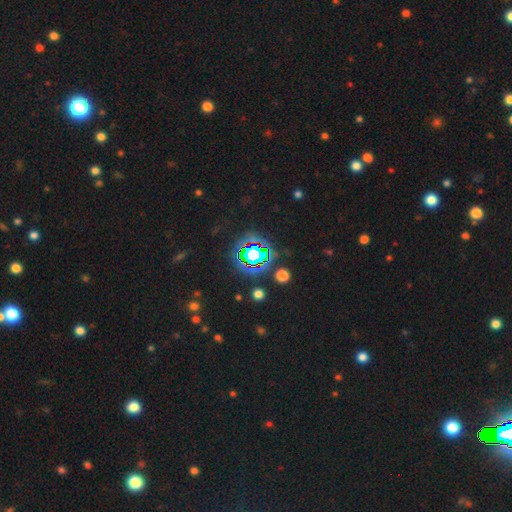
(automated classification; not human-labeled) This appears to be a star or artifact, not a galaxy (69%).